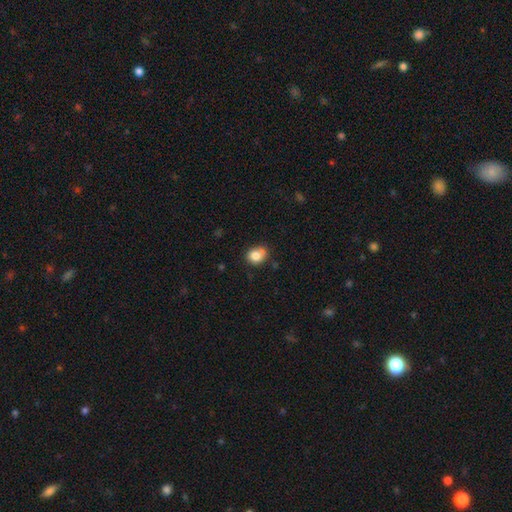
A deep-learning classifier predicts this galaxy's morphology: Smooth or featured: smooth — 81% (star or artifact — 10%)
How rounded: round — 58% (in between — 41%)
Merging: none — 60% (minor disturbance — 26%)